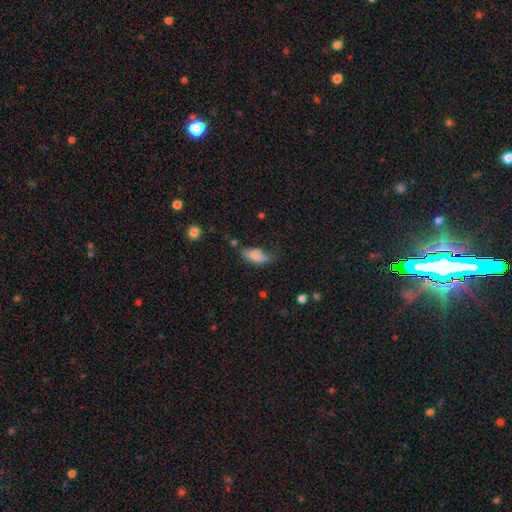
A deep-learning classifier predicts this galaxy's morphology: A smooth galaxy with no disk features (79%) that is in between round and cigar-shaped (83%). Merging: none (42%).